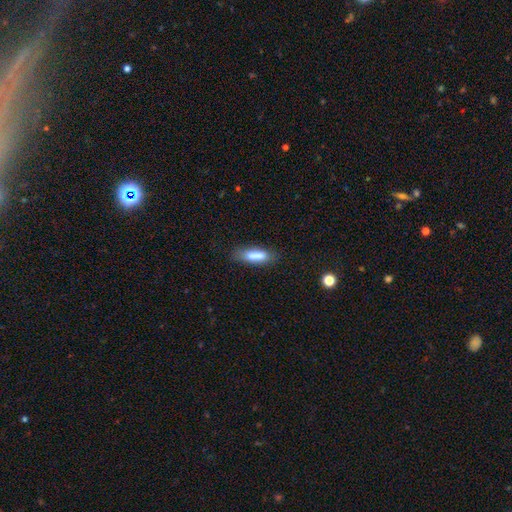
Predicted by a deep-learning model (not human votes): A smooth galaxy with no disk features (82%) that is cigar-shaped (50%).

Vote fractions:
- Smooth or featured? smooth: 82% / featured or disk: 11% / star or artifact: 7%
- How rounded? cigar-shaped: 50% / in between: 48% / round: 2%
- Merging? none: 76% / minor disturbance: 17% / major disturbance: 4% / merger: 2%